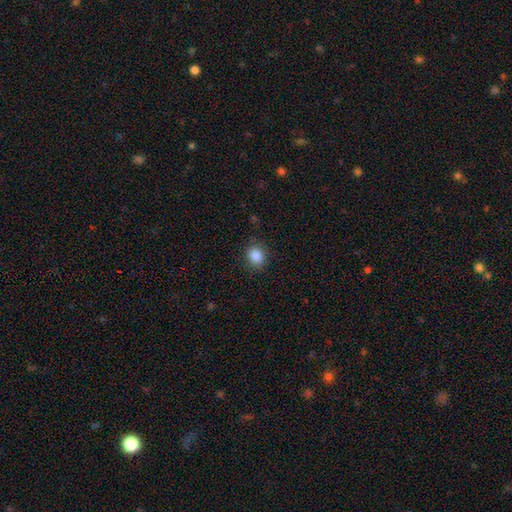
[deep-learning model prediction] A smooth galaxy with no disk features (87%) that is round (64%). Merging: none (86%).